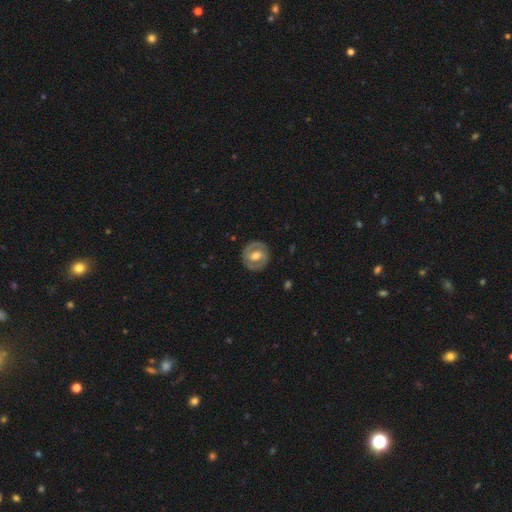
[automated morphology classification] Smooth or featured? featured or disk (72%)
Edge-on disk? no (97%)
Bar? weak (47%)
Spiral arms? yes (75%)
Spiral winding? tight (51%)
Spiral arm count? 2 (85%)
Bulge size? moderate (69%)
Merging? none (86%)